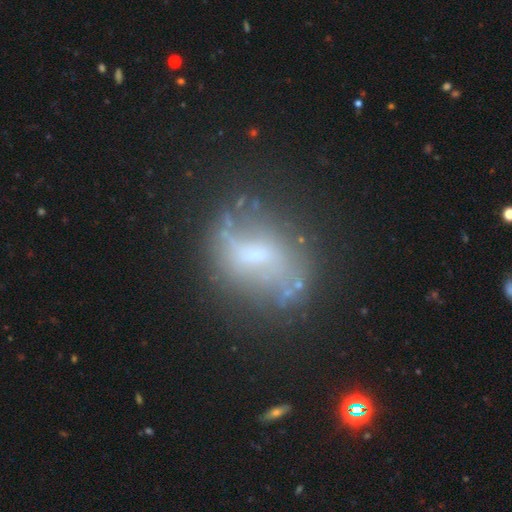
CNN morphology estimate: Overall: featured or disk (63%; smooth 24%). Edge-on disk: no (92%). Bar: weak (47%; no 33%). Spiral arms: yes (64%; no 36%). Bulge size: small (53%; moderate 29%). Merging: none (65%).